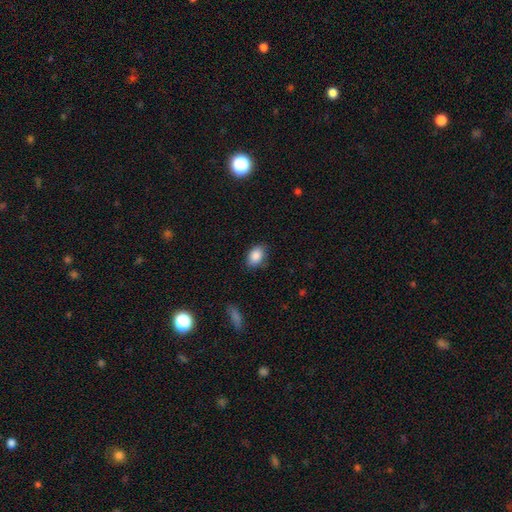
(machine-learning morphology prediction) Smooth or featured?
  - smooth: 87% *
  - star or artifact: 8%
  - featured or disk: 5%
How rounded?
  - in between: 80% *
  - round: 19%
  - cigar-shaped: 1%
Merging?
  - none: 79% *
  - minor disturbance: 16%
  - major disturbance: 3%
  - merger: 1%